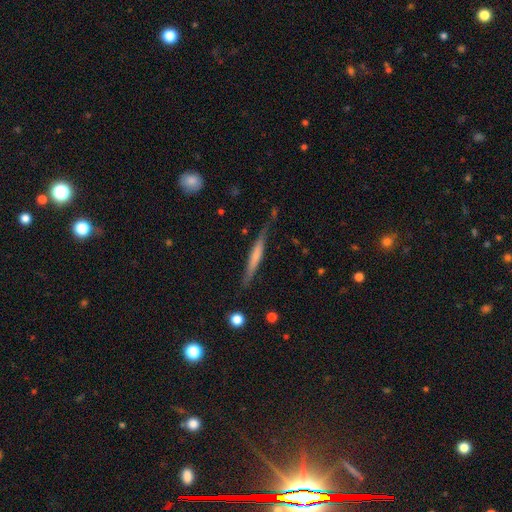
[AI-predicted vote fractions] Smooth or featured?
  - smooth: 48% *
  - featured or disk: 46%
  - star or artifact: 6%
Merging?
  - none: 72% *
  - minor disturbance: 20%
  - major disturbance: 5%
  - merger: 3%